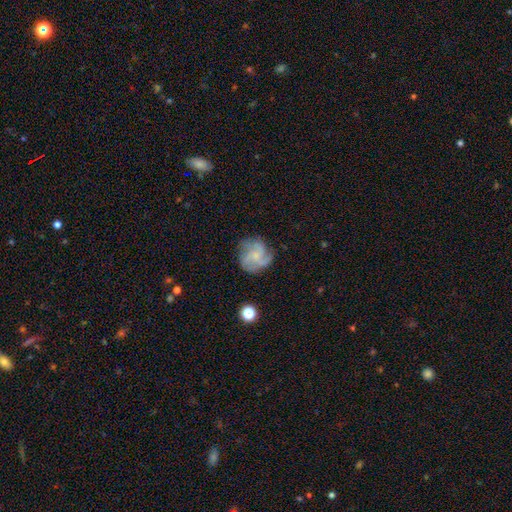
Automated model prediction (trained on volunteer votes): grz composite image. It shows a featured or disk galaxy (75%) with no bar (73%), 3 (39%) medium (48%) spiral arms (94%) and a small central bulge (62%). Merging: none (72%).